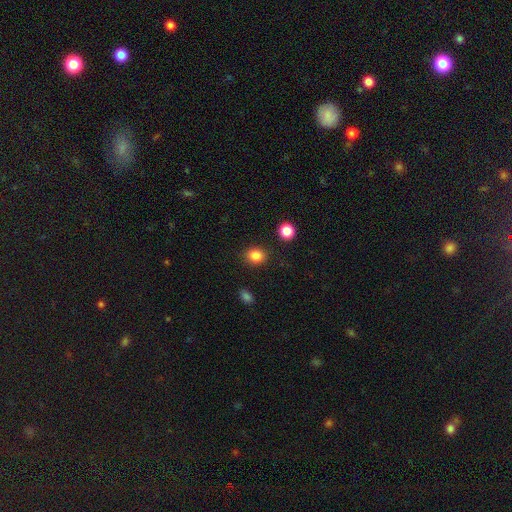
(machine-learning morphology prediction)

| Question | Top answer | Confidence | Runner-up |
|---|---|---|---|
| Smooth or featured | smooth | 85% | star or artifact (11%) |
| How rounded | round | 67% | in between (32%) |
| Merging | none | 87% | minor disturbance (8%) |